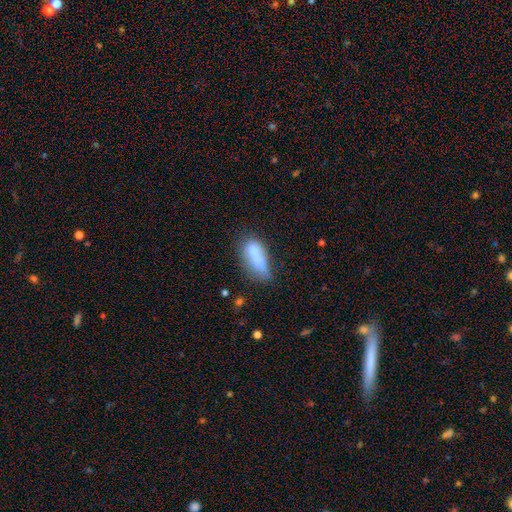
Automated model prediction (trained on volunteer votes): Q: Smooth or featured?
A: smooth (74%); runner-up: featured or disk (16%)
Q: How rounded?
A: in between (73%); runner-up: cigar-shaped (24%)
Q: Merging?
A: none (38%); runner-up: minor disturbance (32%)